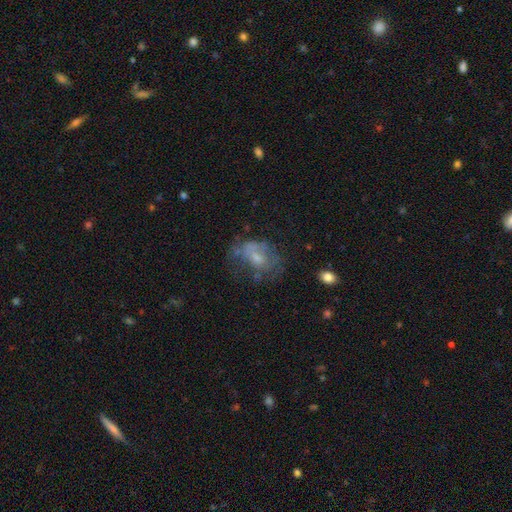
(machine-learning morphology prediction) This is possibly a featured or disk galaxy (46%). Merging: marginally none (39%).